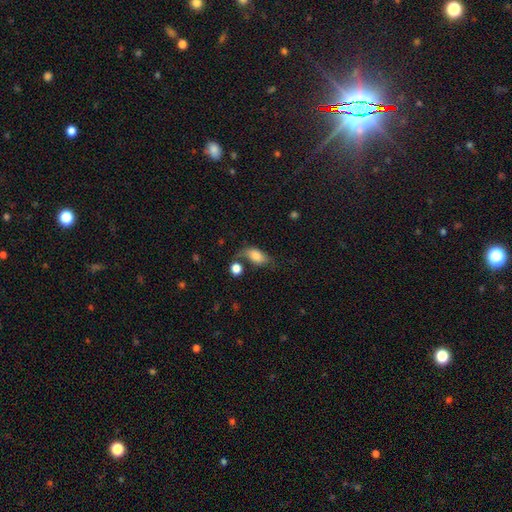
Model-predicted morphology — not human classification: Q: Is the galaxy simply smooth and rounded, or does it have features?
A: smooth — 75%.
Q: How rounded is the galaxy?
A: in between — 88%.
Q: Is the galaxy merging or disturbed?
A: none — 42%.